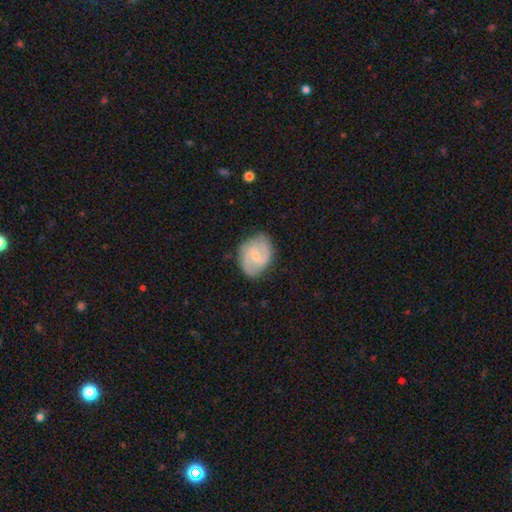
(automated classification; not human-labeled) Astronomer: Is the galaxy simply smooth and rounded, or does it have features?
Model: featured or disk — 72%.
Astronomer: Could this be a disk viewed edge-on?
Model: no — 98%.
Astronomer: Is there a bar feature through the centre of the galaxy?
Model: weak — 56% (runner-up: no, 34%).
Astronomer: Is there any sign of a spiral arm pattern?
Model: yes — 92%.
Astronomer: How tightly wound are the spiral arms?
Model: medium — 51% (runner-up: tight, 32%).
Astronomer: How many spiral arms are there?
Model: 2 — 84%.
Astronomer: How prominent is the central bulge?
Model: small — 64%.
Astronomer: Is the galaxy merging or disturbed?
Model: none — 76%.